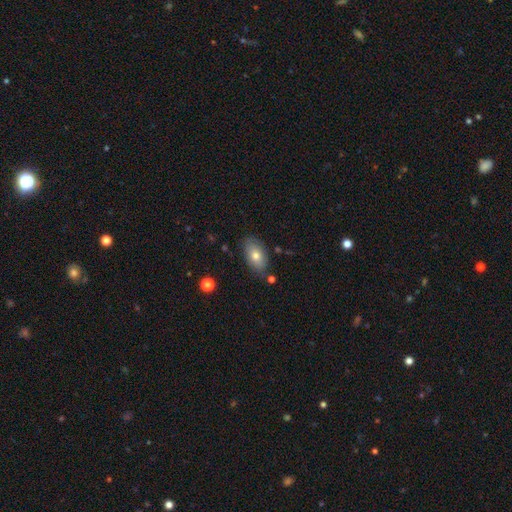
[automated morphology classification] A smooth galaxy with no disk features (73%) that is in between round and cigar-shaped (92%).

Vote fractions:
- Smooth or featured? smooth: 73% / featured or disk: 19% / star or artifact: 8%
- How rounded? in between: 92% / round: 6% / cigar-shaped: 2%
- Merging? none: 79% / minor disturbance: 15% / merger: 3% / major disturbance: 3%